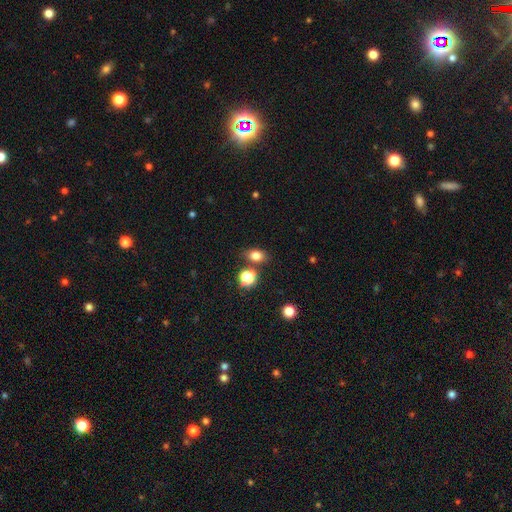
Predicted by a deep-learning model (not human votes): Morphology: type=smooth (79%); roundness=in between (69%); merging=none (76%).